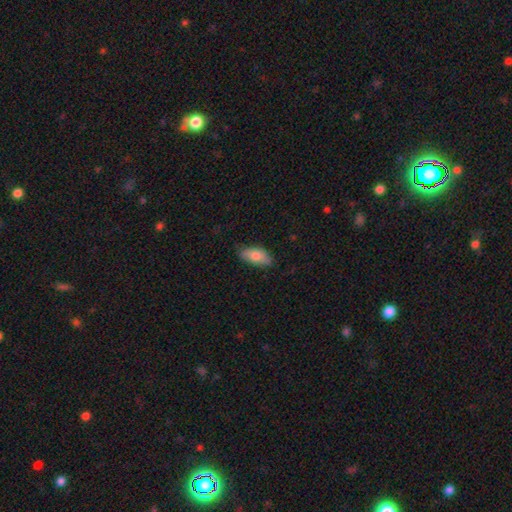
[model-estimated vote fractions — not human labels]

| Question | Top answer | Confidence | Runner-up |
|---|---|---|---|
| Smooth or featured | smooth | 79% | featured or disk (15%) |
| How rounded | in between | 90% | cigar-shaped (8%) |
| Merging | none | 77% | minor disturbance (18%) |